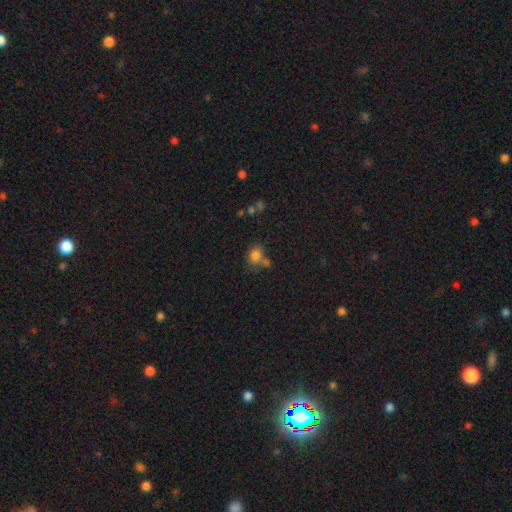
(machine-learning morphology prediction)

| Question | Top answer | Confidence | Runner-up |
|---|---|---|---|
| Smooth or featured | smooth | 79% | star or artifact (12%) |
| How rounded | round | 51% | in between (47%) |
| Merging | none | 52% | merger (26%) |